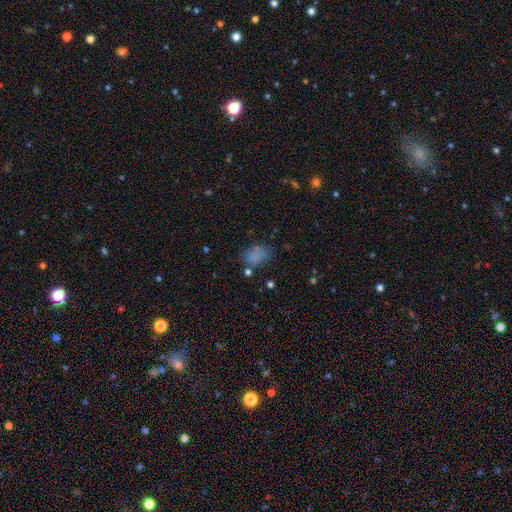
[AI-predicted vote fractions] This appears to be a smooth galaxy with no disk features (76%) that is in between round and cigar-shaped (74%). Merging: none (63%).